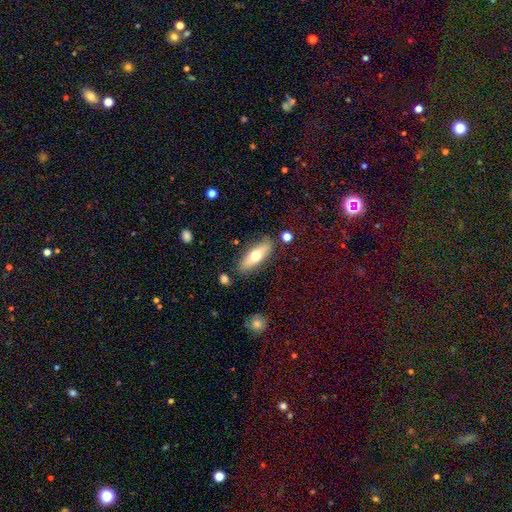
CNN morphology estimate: smooth-or-featured: smooth: 62% | featured or disk: 32% | star or artifact: 6%
  how-rounded: in between: 56% | cigar-shaped: 41% | round: 3%
  merging: none: 83% | minor disturbance: 12% | merger: 3% | major disturbance: 3%